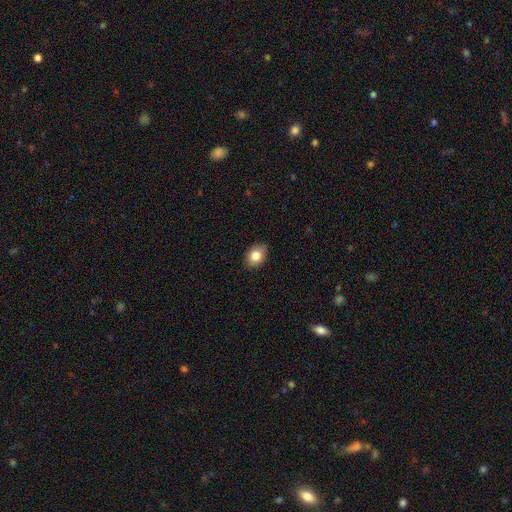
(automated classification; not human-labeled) Overall: smooth (82%). How rounded: in between (70%). Merging: none (87%).